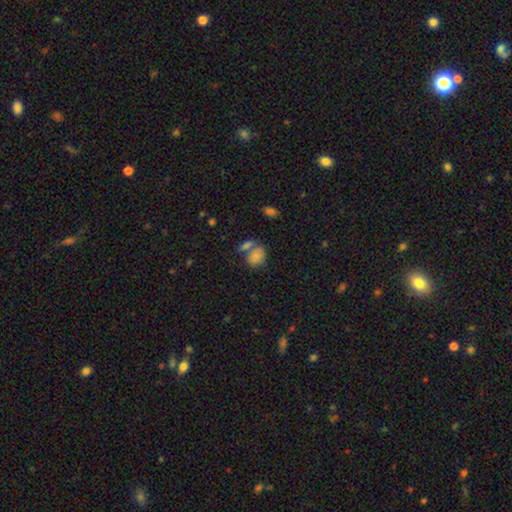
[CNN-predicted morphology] A smooth galaxy with no disk features (80%) that is in between round and cigar-shaped (53%). Merging: none (45%).